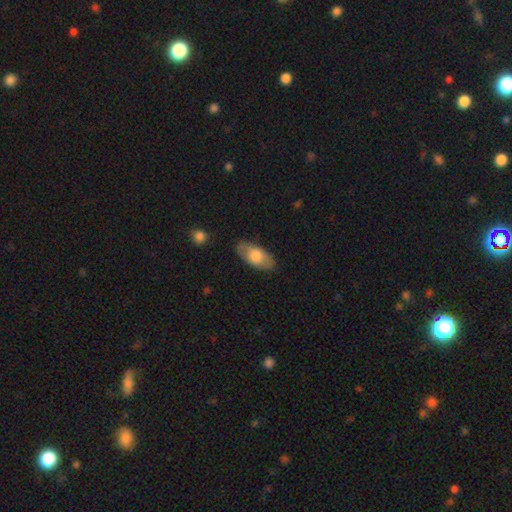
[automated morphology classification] smooth_or_featured: smooth (p=0.70) [alt: featured or disk p=0.24]
how_rounded: in between (p=0.91) [alt: cigar-shaped p=0.06]
merging: none (p=0.80) [alt: minor disturbance p=0.15]